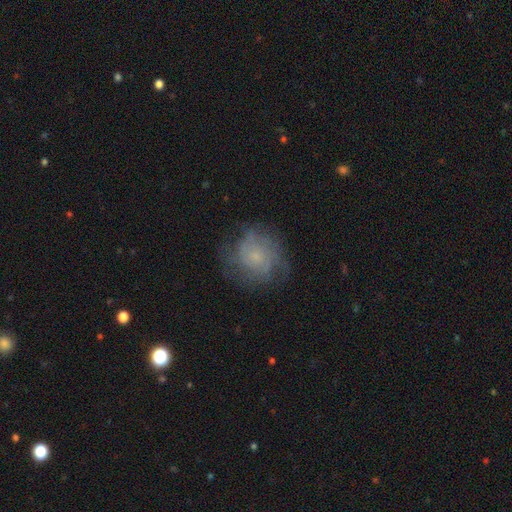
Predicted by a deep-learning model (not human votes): This is possibly a featured or disk galaxy (54%). It is clearly not viewed edge-on (97%). Bar: clearly no (82%). Spiral arm pattern: likely yes (79%). Central bulge: likely small (66%). Merging: likely none (66%).